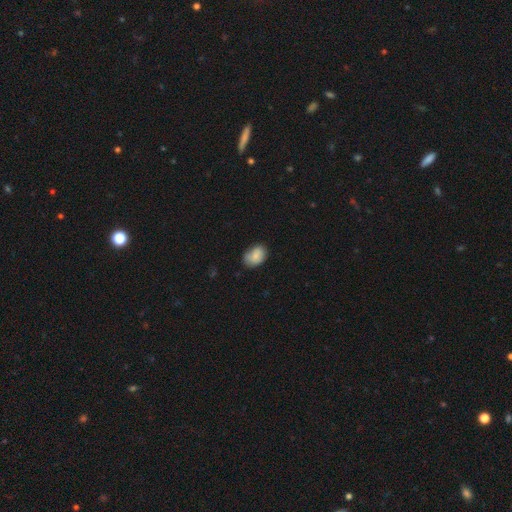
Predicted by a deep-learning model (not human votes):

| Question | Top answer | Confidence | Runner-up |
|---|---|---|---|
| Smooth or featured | smooth | 80% | featured or disk (13%) |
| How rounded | in between | 78% | round (21%) |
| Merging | none | 65% | minor disturbance (27%) |